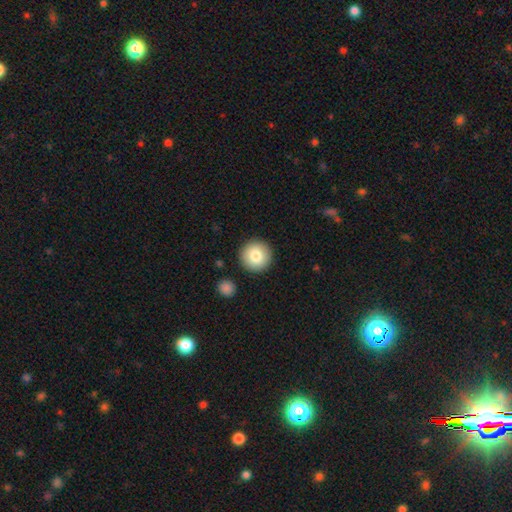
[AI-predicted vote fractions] This appears to be a smooth galaxy with no disk features (81%) that is round (96%). Merging: none (90%).